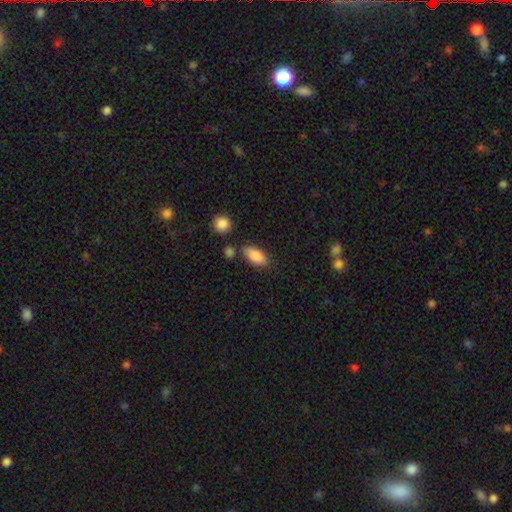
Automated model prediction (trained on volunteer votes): A smooth galaxy with no disk features (84%) that is in between round and cigar-shaped (88%).

Vote fractions:
- Smooth or featured? smooth: 84% / featured or disk: 8% / star or artifact: 7%
- How rounded? in between: 88% / cigar-shaped: 8% / round: 4%
- Merging? none: 74% / minor disturbance: 14% / merger: 8% / major disturbance: 4%